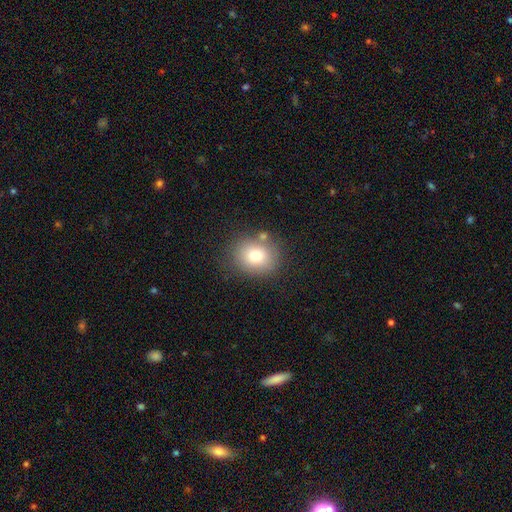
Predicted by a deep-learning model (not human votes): This appears to be a smooth galaxy with no disk features (76%) that is round (67%). Merging: none (77%).